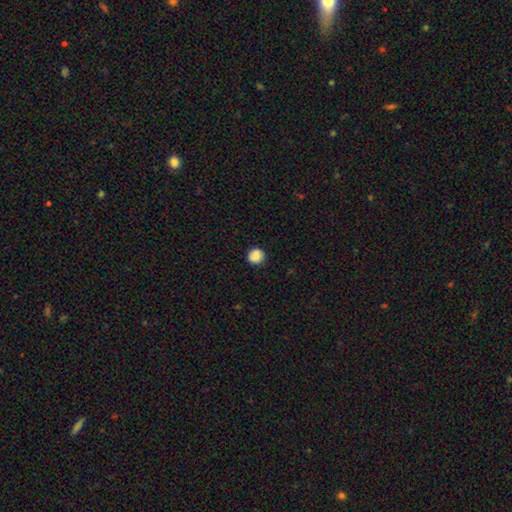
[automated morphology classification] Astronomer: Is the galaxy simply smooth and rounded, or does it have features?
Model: smooth — 88%.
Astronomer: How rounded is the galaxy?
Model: round — 92%.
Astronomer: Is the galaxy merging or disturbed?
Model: none — 88%.